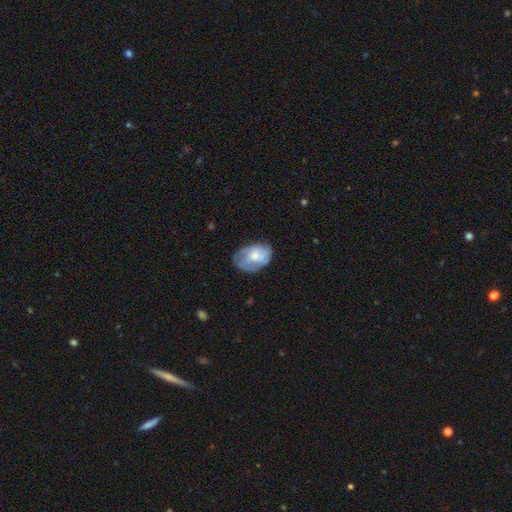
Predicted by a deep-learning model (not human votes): This appears to be a smooth galaxy with no disk features (53%) that is in between round and cigar-shaped (81%). Merging: none (60%).